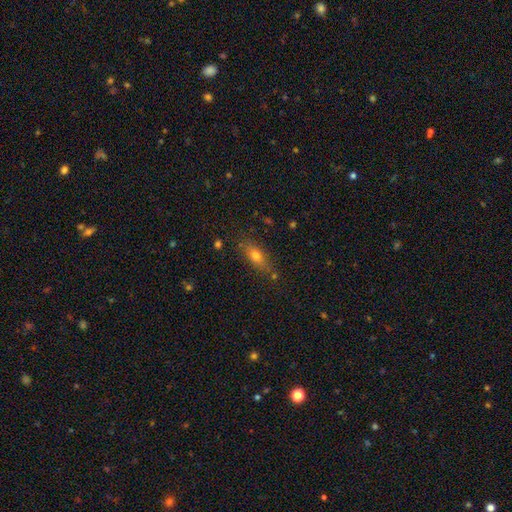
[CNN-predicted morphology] This is likely a smooth galaxy (65%). How rounded: likely in between (60%). Merging: likely none (76%).